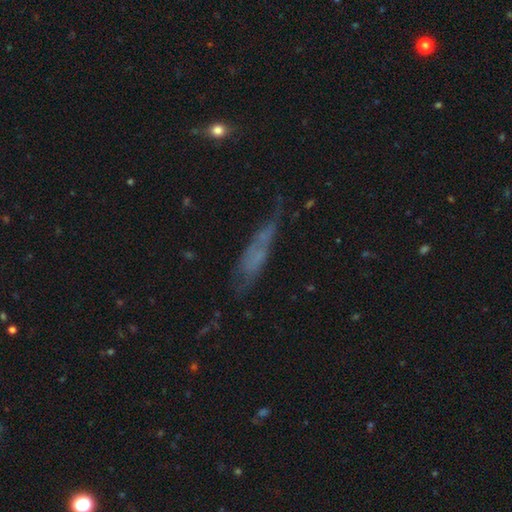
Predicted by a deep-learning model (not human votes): The model was most divided on "smooth or featured": smooth: 44%, featured or disk: 41%, star or artifact: 14%. Remaining: merging — none (47%).